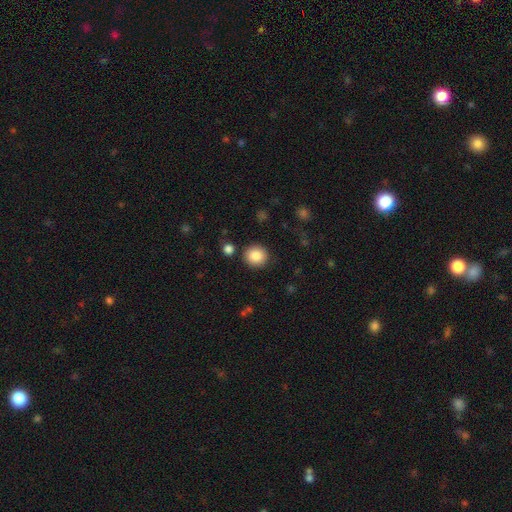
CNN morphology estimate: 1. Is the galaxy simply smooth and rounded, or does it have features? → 86% smooth, 9% star or artifact, 5% featured or disk.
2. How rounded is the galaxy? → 92% round, 7% in between, 1% cigar-shaped.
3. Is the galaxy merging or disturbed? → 89% none, 7% minor disturbance, 3% merger, 2% major disturbance.